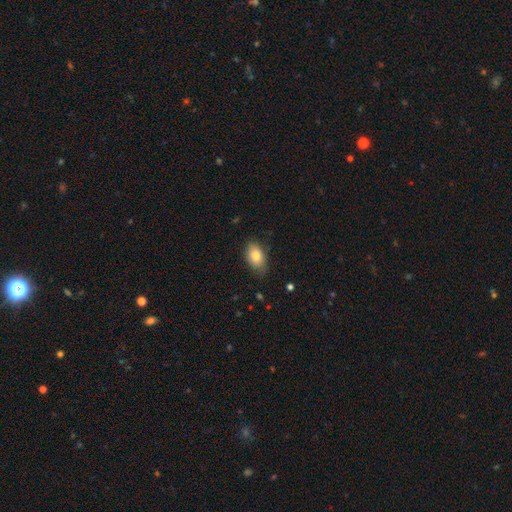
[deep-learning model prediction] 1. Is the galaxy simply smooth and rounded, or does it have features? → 83% smooth, 10% featured or disk, 7% star or artifact.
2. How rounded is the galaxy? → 90% in between, 9% round, 1% cigar-shaped.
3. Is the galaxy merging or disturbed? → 77% none, 19% minor disturbance, 3% major disturbance, 1% merger.